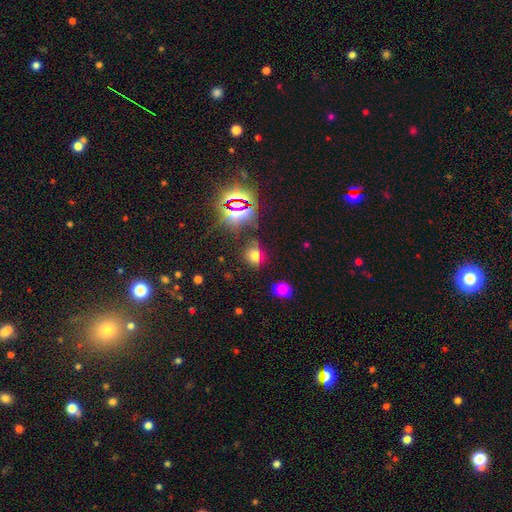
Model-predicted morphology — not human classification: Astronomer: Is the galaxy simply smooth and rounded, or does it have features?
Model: smooth — 59%.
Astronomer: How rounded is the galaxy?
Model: round — 55% (runner-up: in between, 43%).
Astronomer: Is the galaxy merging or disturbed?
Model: none — 65%.